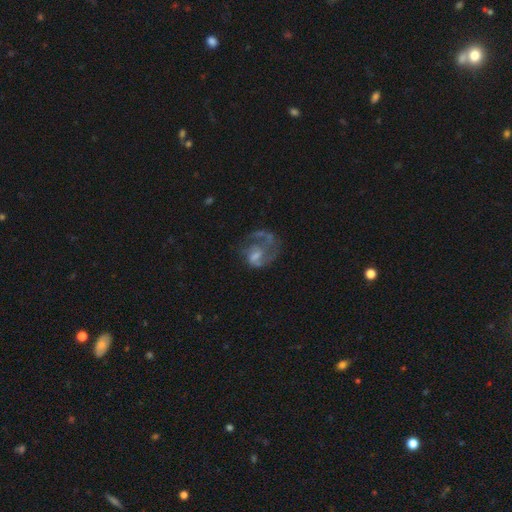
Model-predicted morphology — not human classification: Overall: featured or disk (71%). Edge-on disk: no (98%). Bar: no (58%; weak 36%). Spiral arms: yes (74%). Spiral arm count: 1 (46%; 2 29%). Spiral winding: medium (41%; loose 37%). Bulge size: small (36%; moderate 32%). Merging: major disturbance (39%; none 38%).